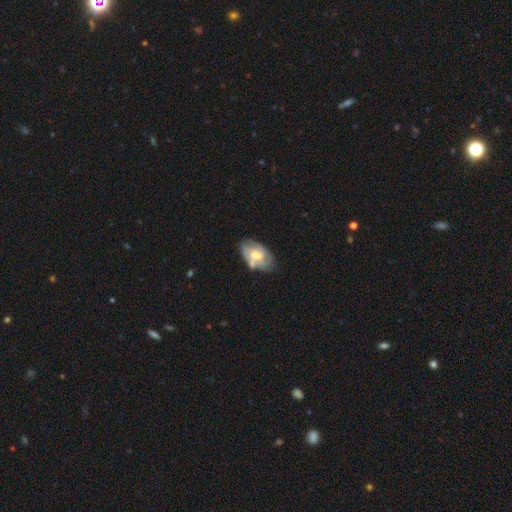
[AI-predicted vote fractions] Morphology: type=featured or disk (58%); edge-on=no (95%); bar=no (64%); spiral arms=yes (72%); bulge=moderate (53%); merging=none (55%).